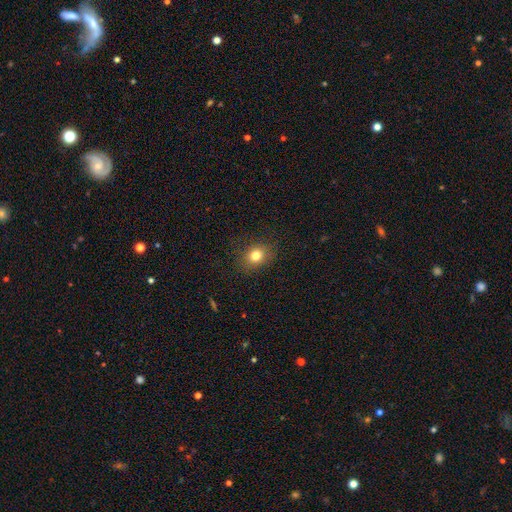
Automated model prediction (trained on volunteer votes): A smooth galaxy with no disk features (80%) that is round (59%).

Vote fractions:
- Smooth or featured? smooth: 80% / star or artifact: 12% / featured or disk: 8%
- How rounded? round: 59% / in between: 40% / cigar-shaped: 1%
- Merging? none: 85% / minor disturbance: 10% / major disturbance: 4% / merger: 1%